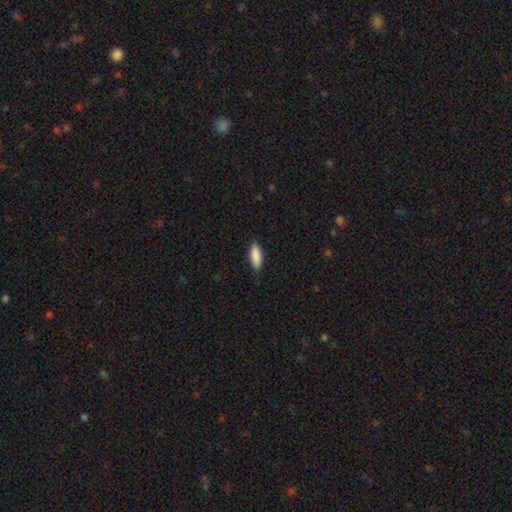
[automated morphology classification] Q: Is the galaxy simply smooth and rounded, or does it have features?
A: smooth — 90%.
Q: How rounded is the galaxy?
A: in between — 70%.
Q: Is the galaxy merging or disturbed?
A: none — 86%.